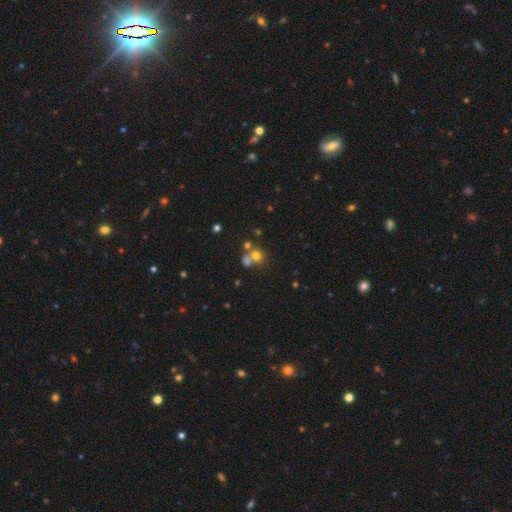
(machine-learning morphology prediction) The model was most divided on "merging": merger: 44%, none: 43%, minor disturbance: 8%, major disturbance: 5%. More confident: how rounded — round (82%); smooth or featured — smooth (67%).